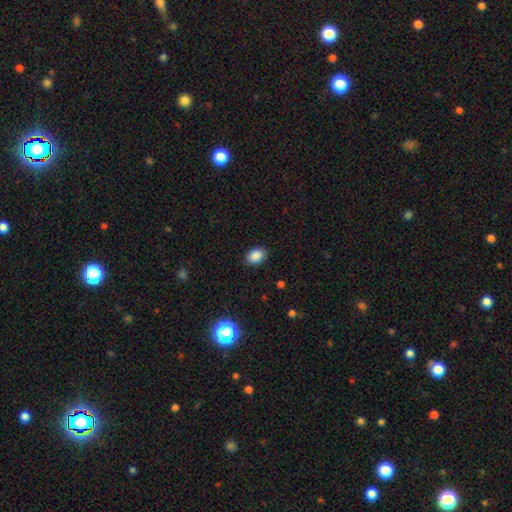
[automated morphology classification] Smooth or featured? Predicted: smooth (p=0.87). How rounded? Predicted: in between (p=0.71). Merging? Predicted: none (p=0.87).